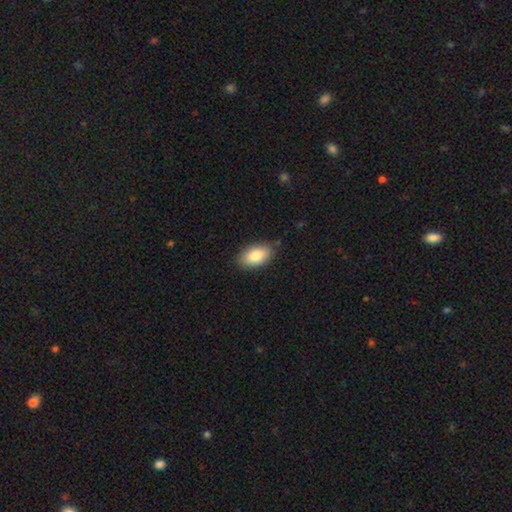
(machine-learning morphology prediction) smooth_or_featured: smooth (p=0.84) [alt: featured or disk p=0.09]
how_rounded: in between (p=0.93) [alt: round p=0.05]
merging: none (p=0.83) [alt: minor disturbance p=0.13]